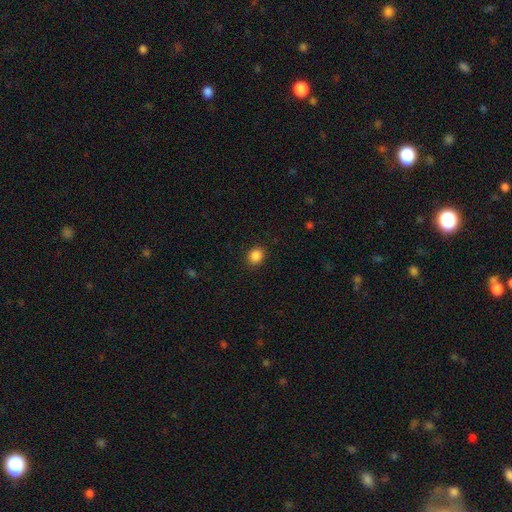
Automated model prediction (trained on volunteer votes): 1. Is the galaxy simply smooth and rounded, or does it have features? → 87% smooth, 10% star or artifact, 3% featured or disk.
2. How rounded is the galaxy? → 72% round, 27% in between, 1% cigar-shaped.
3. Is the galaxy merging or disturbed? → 90% none, 7% minor disturbance, 2% major disturbance, 1% merger.